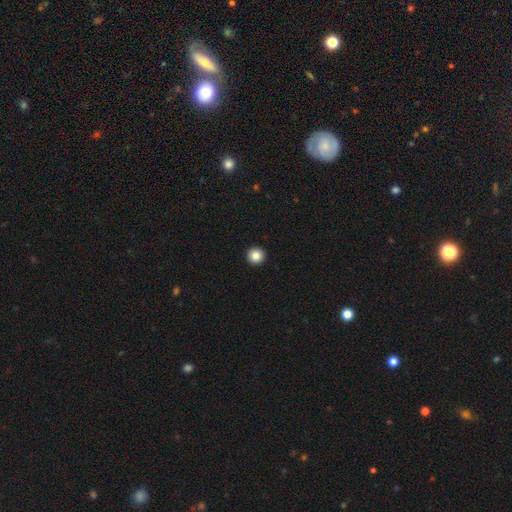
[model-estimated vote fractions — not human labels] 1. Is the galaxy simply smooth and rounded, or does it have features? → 86% smooth, 10% star or artifact, 4% featured or disk.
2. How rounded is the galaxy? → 96% round, 3% in between, 1% cigar-shaped.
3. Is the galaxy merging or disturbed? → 94% none, 3% minor disturbance, 1% major disturbance, 1% merger.